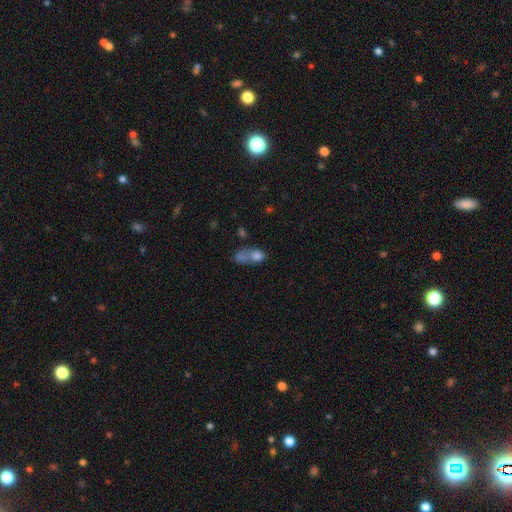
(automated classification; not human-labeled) smooth-or-featured: smooth: 63% | featured or disk: 22% | star or artifact: 14%
  how-rounded: in between: 61% | round: 32% | cigar-shaped: 7%
  merging: merger: 43% | none: 23% | major disturbance: 21% | minor disturbance: 13%